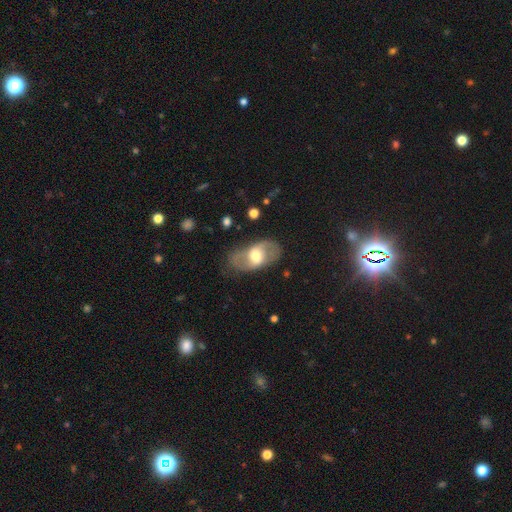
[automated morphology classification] Smooth or featured? featured or disk (58%)
Edge-on disk? no (90%)
Bar? weak (39%)
Spiral arms? yes (57%)
Bulge size? moderate (60%)
Merging? none (73%)